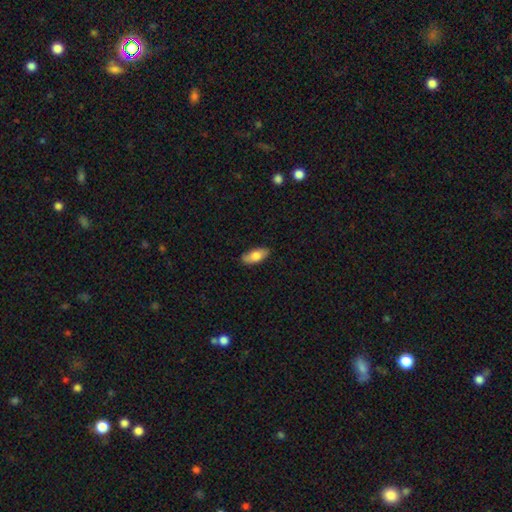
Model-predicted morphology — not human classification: type=smooth (77%); roundness=in between (85%); merging=none (84%).